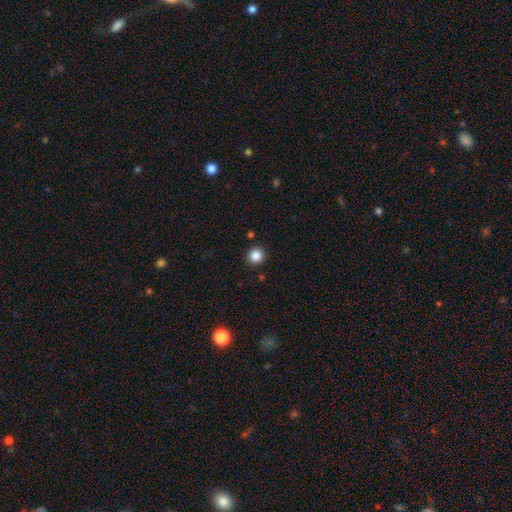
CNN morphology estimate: Smooth or featured?
  - smooth: 85% *
  - star or artifact: 11%
  - featured or disk: 4%
How rounded?
  - round: 95% *
  - in between: 4%
  - cigar-shaped: 1%
Merging?
  - none: 92% *
  - minor disturbance: 5%
  - merger: 2%
  - major disturbance: 2%